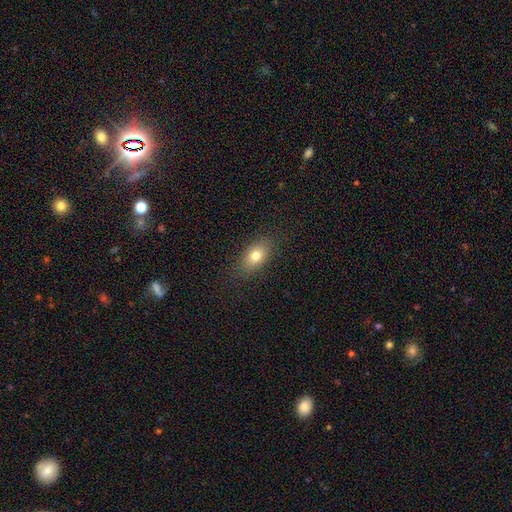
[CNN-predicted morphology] Smooth or featured: smooth — 78% (featured or disk — 12%)
How rounded: in between — 85% (round — 11%)
Merging: none — 84% (minor disturbance — 11%)